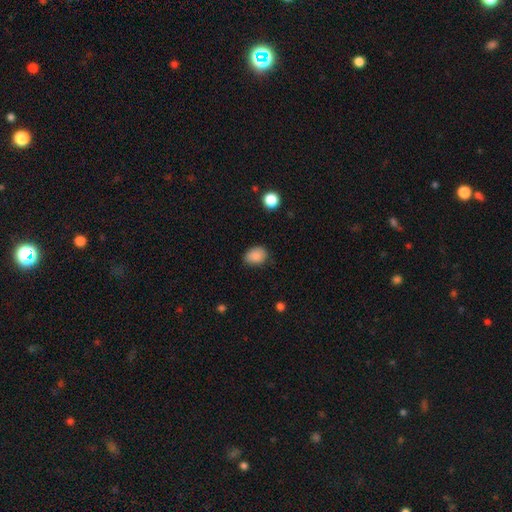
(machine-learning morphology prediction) Smooth or featured?
  - smooth: 87% *
  - star or artifact: 9%
  - featured or disk: 4%
How rounded?
  - in between: 65% *
  - round: 34%
  - cigar-shaped: 1%
Merging?
  - none: 75% *
  - minor disturbance: 20%
  - major disturbance: 4%
  - merger: 1%